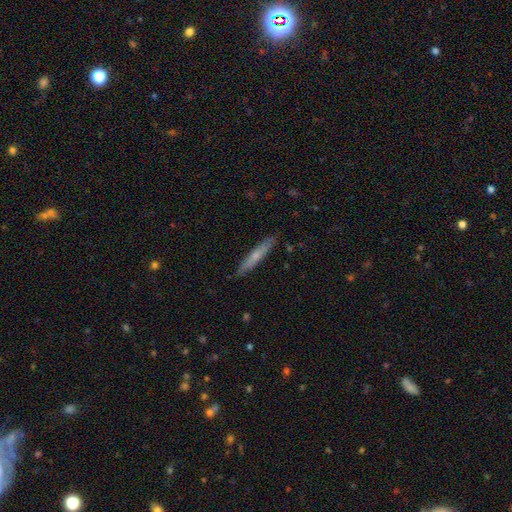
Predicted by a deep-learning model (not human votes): Smooth or featured: smooth — 55% (featured or disk — 40%)
How rounded: cigar-shaped — 93% (in between — 5%)
Merging: none — 87% (minor disturbance — 10%)